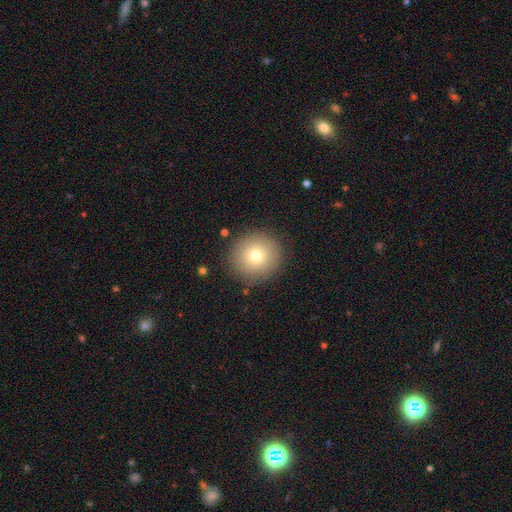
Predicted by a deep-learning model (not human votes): Smooth or featured? Predicted: smooth (p=0.75). How rounded? Predicted: round (p=0.92). Merging? Predicted: none (p=0.87).